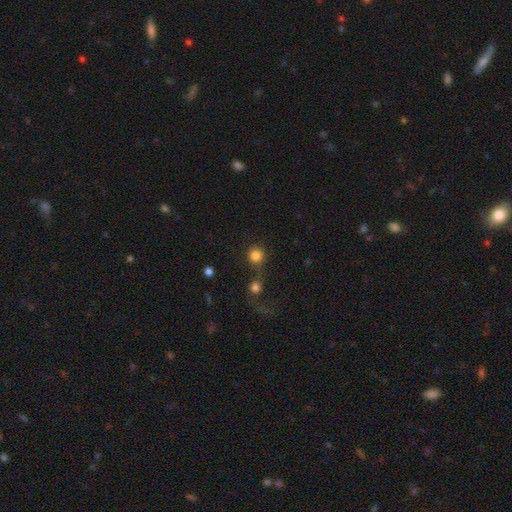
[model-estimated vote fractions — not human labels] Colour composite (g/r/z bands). It shows a smooth galaxy with no disk features (83%) that is round (93%). Merging: none (53%).